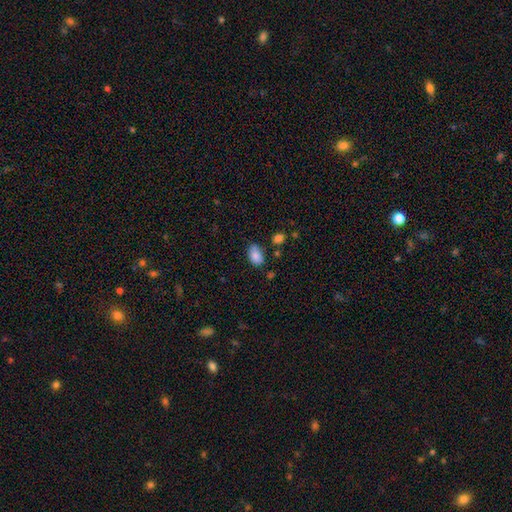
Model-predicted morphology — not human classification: This appears to be a smooth galaxy with no disk features (86%) that is in between round and cigar-shaped (89%). Merging: none (65%).